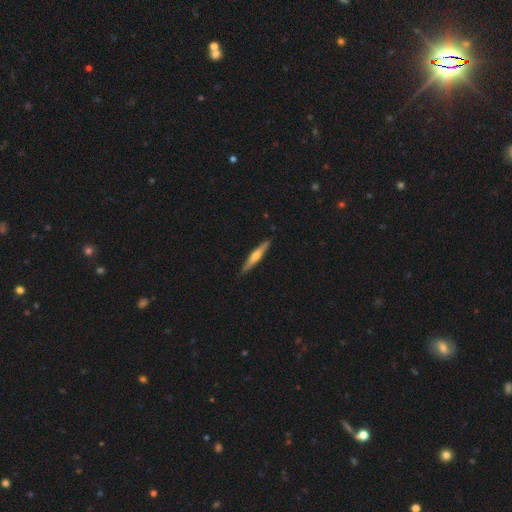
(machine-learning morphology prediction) type=featured or disk (56%); edge-on=yes (95%); edge-on bulge=rounded (85%); merging=none (89%).